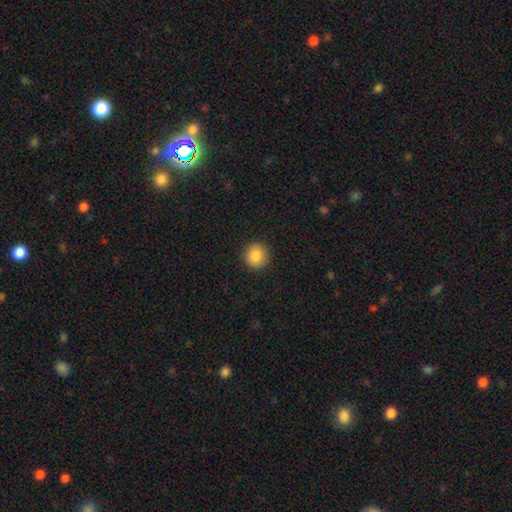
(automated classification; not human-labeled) Smooth or featured?
  - smooth: 86% *
  - star or artifact: 9%
  - featured or disk: 5%
How rounded?
  - round: 90% *
  - in between: 9%
  - cigar-shaped: 1%
Merging?
  - none: 91% *
  - minor disturbance: 6%
  - major disturbance: 2%
  - merger: 1%